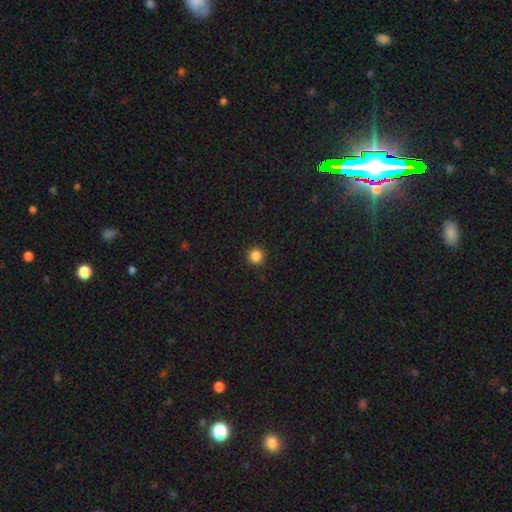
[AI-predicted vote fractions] Q: Smooth or featured?
A: smooth (86%); runner-up: star or artifact (11%)
Q: How rounded?
A: round (95%); runner-up: in between (4%)
Q: Merging?
A: none (92%); runner-up: minor disturbance (5%)